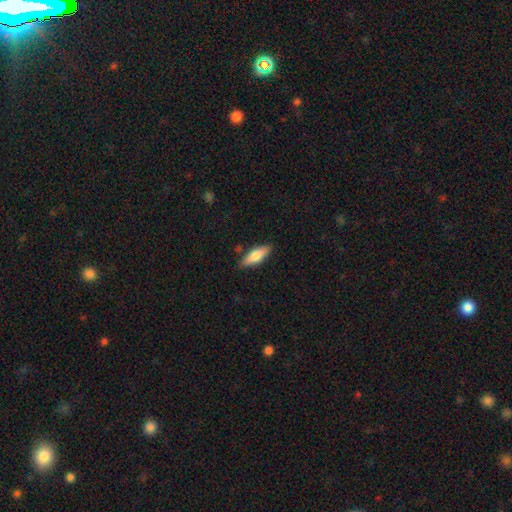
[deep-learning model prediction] A smooth galaxy with no disk features (69%) that is in between round and cigar-shaped (58%). Merging: none (83%).